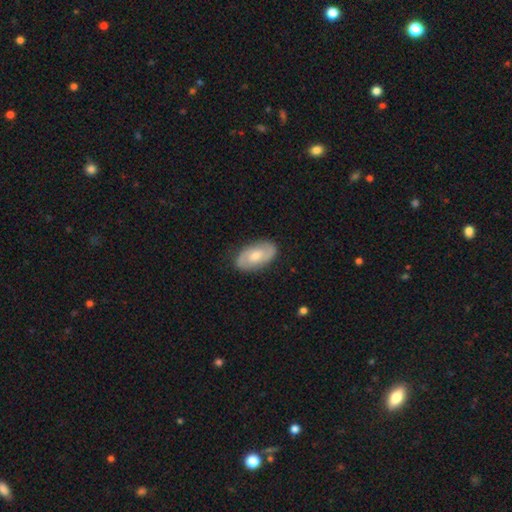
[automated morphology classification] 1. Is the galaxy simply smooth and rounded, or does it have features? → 59% featured or disk, 35% smooth, 6% star or artifact.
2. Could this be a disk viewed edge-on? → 94% no, 6% yes.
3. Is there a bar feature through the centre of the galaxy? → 54% no, 39% weak, 7% strong.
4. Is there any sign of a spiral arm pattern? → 85% yes, 15% no.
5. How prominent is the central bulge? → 57% moderate, 34% small, 5% large, 3% none, 1% dominant.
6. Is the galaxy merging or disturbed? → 85% none, 12% minor disturbance, 3% major disturbance, 1% merger.